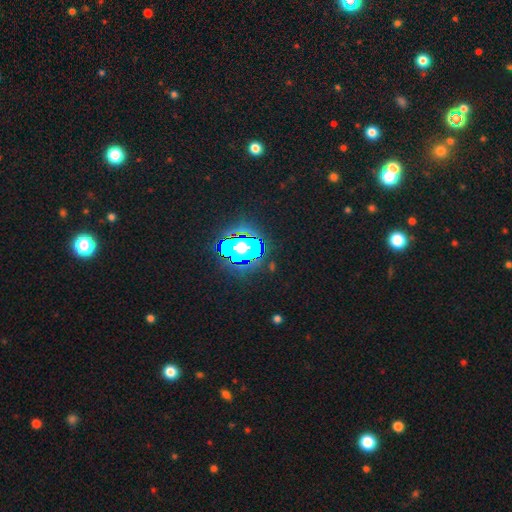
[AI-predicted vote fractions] Smooth or featured? star or artifact (80%)